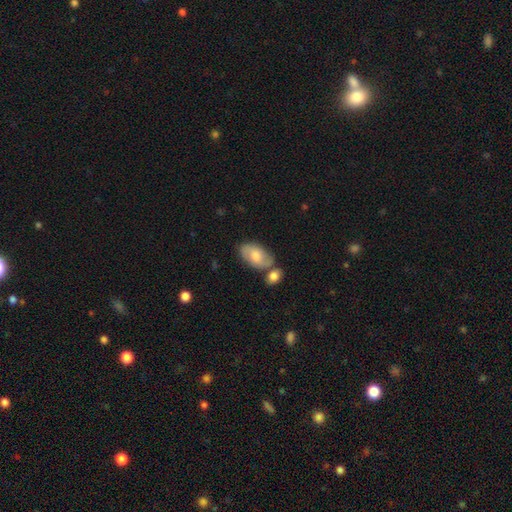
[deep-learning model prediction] This is possibly a smooth galaxy (60%). How rounded: clearly in between (92%). Merging: possibly none (58%).